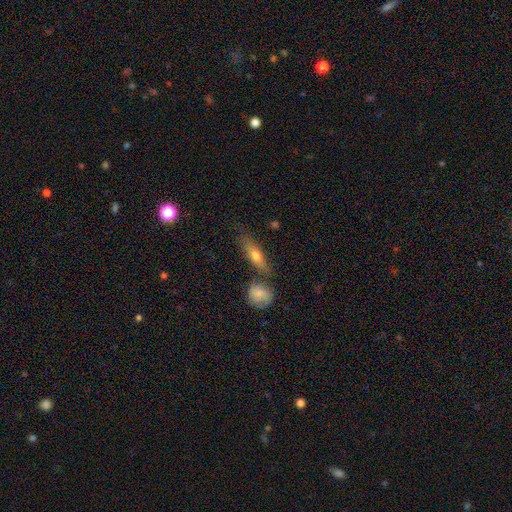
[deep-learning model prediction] Smooth or featured? Predicted: smooth (p=0.64). How rounded? Predicted: cigar-shaped (p=0.53). Merging? Predicted: none (p=0.66).